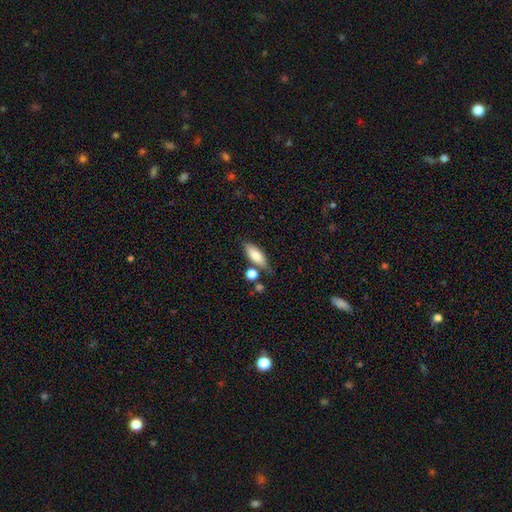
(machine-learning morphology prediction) The model was most divided on "how rounded": in between: 70%, cigar-shaped: 26%, round: 3%. More confident: smooth or featured — smooth (78%); merging — none (67%).